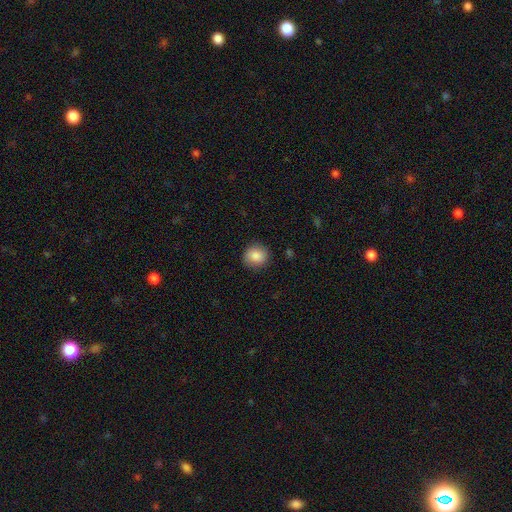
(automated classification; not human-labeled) Overall: smooth (86%). How rounded: round (85%). Merging: none (86%).